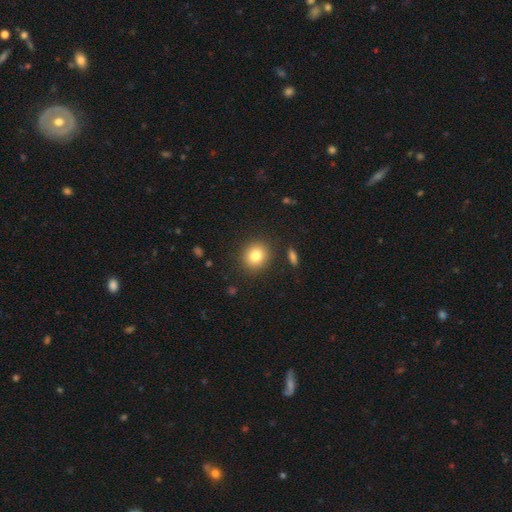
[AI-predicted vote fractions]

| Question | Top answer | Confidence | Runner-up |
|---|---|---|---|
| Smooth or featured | smooth | 81% | star or artifact (10%) |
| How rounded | round | 79% | in between (21%) |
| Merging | none | 89% | minor disturbance (7%) |